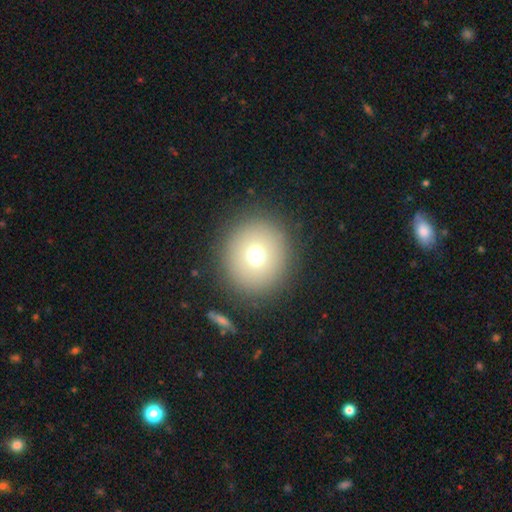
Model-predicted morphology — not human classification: This is likely a smooth galaxy (70%). How rounded: clearly round (88%). Merging: clearly none (88%).